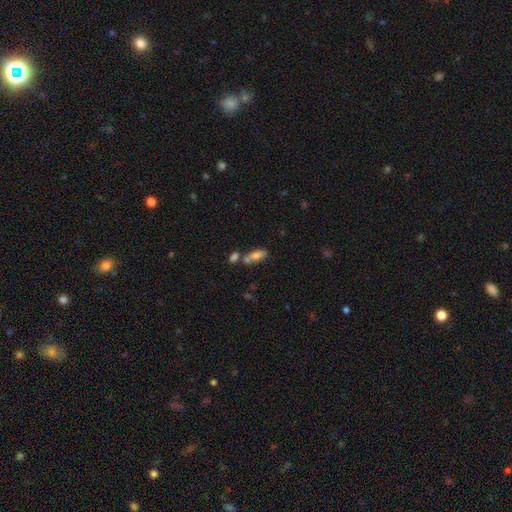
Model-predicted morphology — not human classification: This appears to be a smooth galaxy with no disk features (74%) that is in between round and cigar-shaped (75%). Merging: none (44%).